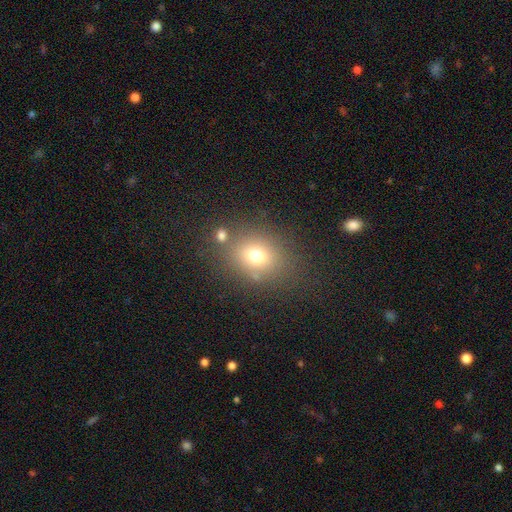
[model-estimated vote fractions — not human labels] This is likely a smooth galaxy (70%). How rounded: possibly round (56%). Merging: likely none (71%).